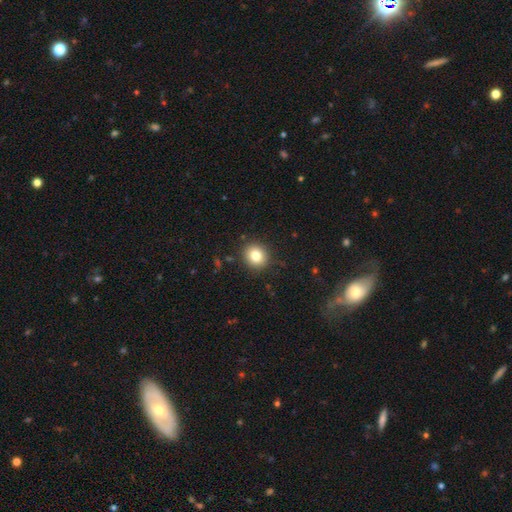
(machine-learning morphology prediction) Smooth or featured? smooth (82%)
How rounded? round (84%)
Merging? none (90%)